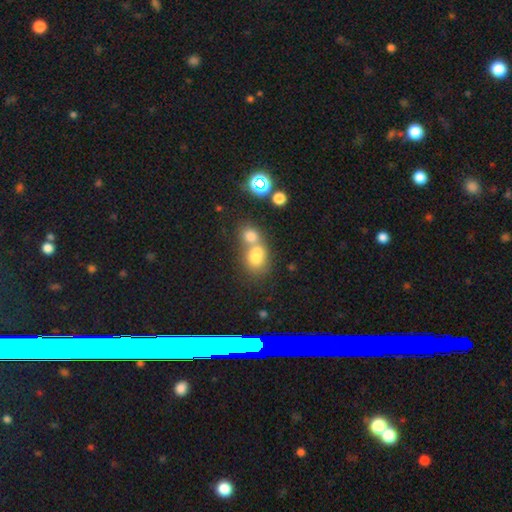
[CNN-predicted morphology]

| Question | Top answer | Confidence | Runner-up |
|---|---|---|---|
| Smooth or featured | smooth | 65% | star or artifact (20%) |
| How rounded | round | 55% | in between (43%) |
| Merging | merger | 59% | none (30%) |